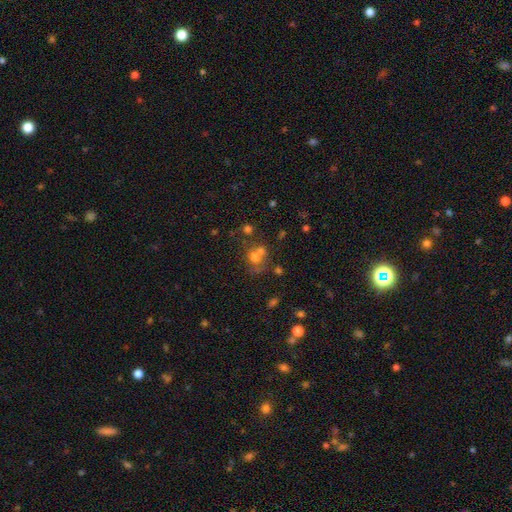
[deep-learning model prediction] Smooth or featured? smooth (56%)
How rounded? round (77%)
Merging? merger (44%)